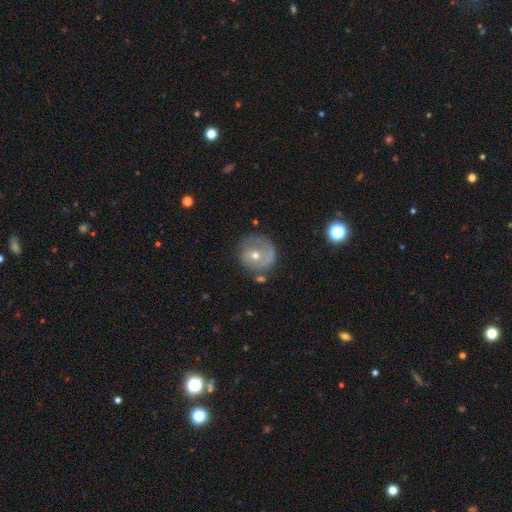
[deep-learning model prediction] Morphology: type=featured or disk (52%); edge-on=no (96%); merging=none (63%).